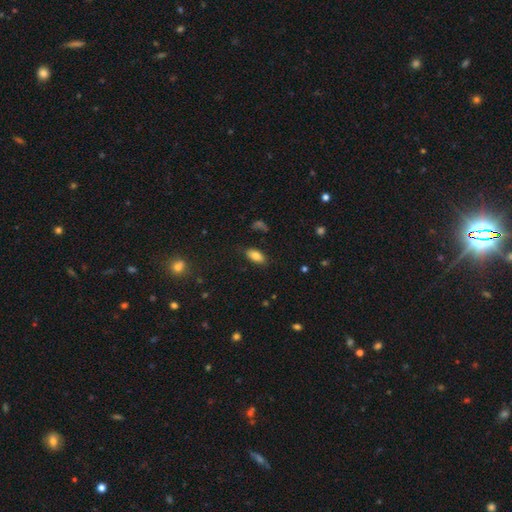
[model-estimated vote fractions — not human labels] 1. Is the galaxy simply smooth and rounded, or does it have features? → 80% smooth, 11% featured or disk, 9% star or artifact.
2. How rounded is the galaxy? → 89% in between, 7% cigar-shaped, 4% round.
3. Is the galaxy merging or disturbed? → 82% none, 13% minor disturbance, 3% major disturbance, 2% merger.